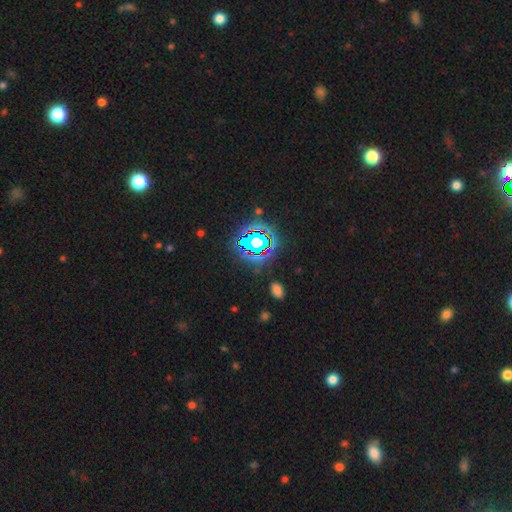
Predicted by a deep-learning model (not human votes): Smooth or featured? star or artifact (80%)